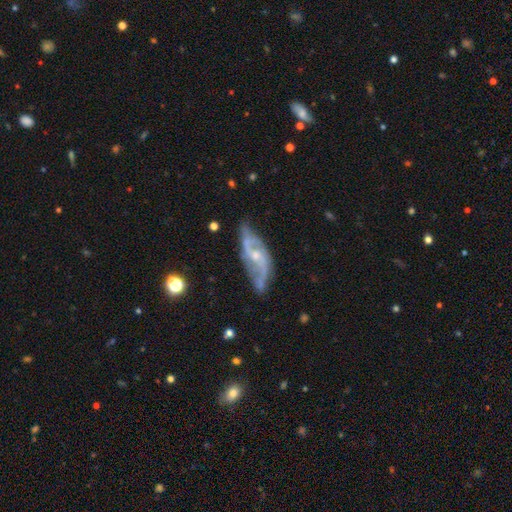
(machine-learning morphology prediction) smooth-or-featured: featured or disk: 84% | smooth: 10% | star or artifact: 6%
  disk-edge-on: no: 89% | yes: 11%
    bar: no: 48% | weak: 41% | strong: 11%
    has-spiral-arms: yes: 94% | no: 6%
      spiral-winding: medium: 45% | loose: 38% | tight: 18%
      spiral-arm-count: 2: 78% | can't tell: 10% | 3: 6% | 1: 2% | 4: 2% | more than 4: 2%
    bulge-size: small: 58% | moderate: 37% | none: 3% | large: 1% | dominant: 1%
  merging: none: 66% | minor disturbance: 23% | major disturbance: 8% | merger: 3%